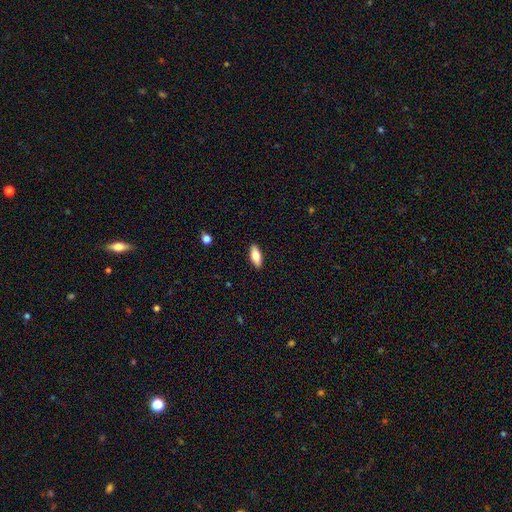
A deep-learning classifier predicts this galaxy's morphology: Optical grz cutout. It shows a smooth galaxy with no disk features (75%) that is in between round and cigar-shaped (74%). Merging: none (90%).